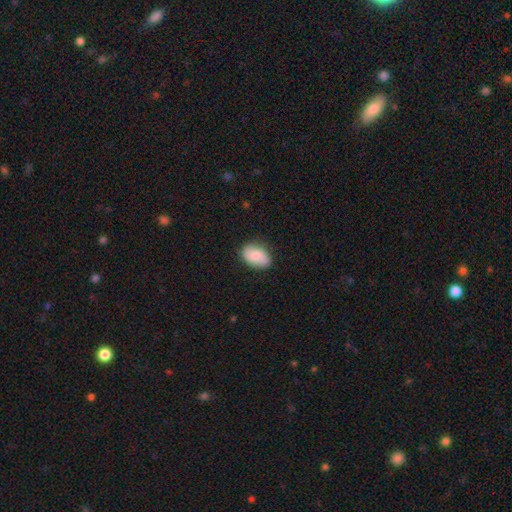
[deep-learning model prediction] Smooth or featured?
  - smooth: 62% *
  - featured or disk: 30%
  - star or artifact: 7%
How rounded?
  - in between: 82% *
  - round: 16%
  - cigar-shaped: 2%
Merging?
  - none: 76% *
  - minor disturbance: 18%
  - major disturbance: 4%
  - merger: 2%